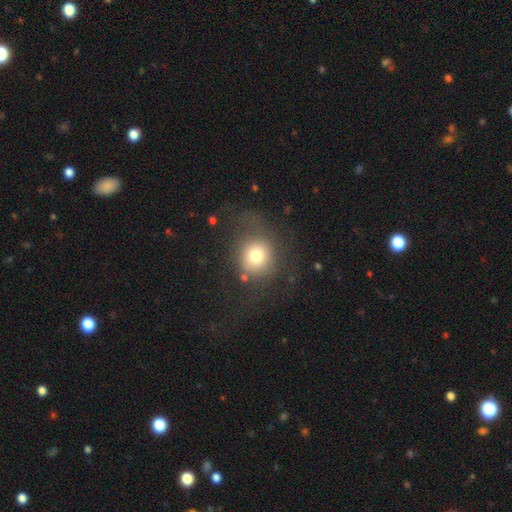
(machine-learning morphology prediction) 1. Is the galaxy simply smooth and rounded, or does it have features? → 75% smooth, 13% featured or disk, 12% star or artifact.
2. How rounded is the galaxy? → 85% round, 14% in between, 1% cigar-shaped.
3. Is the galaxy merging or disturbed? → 60% none, 18% minor disturbance, 18% major disturbance, 3% merger.